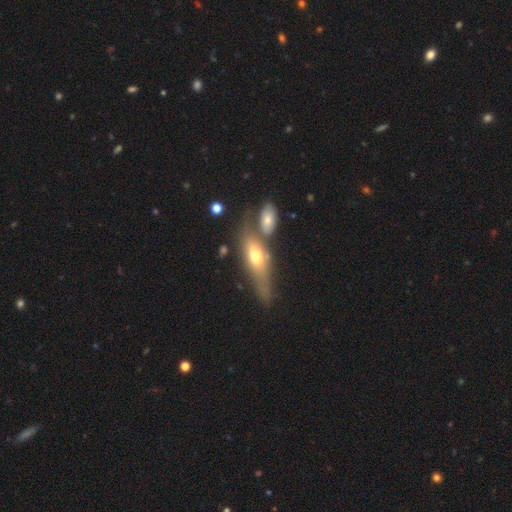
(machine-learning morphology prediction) This is possibly a smooth galaxy (52%). How rounded: possibly in between (52%). Merging: marginally none (44%).